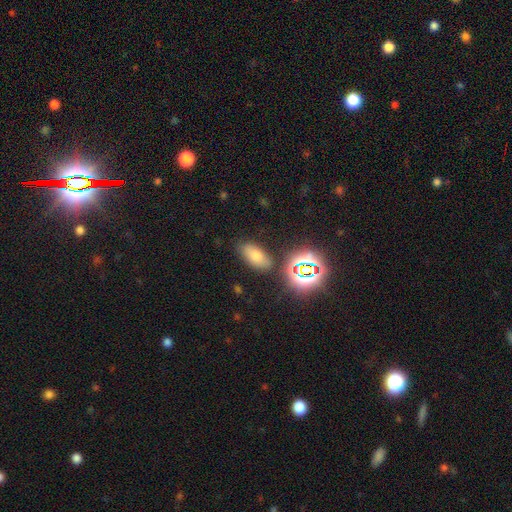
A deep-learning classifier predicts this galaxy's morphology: smooth-or-featured: smooth: 62% | star or artifact: 26% | featured or disk: 12%
  how-rounded: in between: 85% | round: 9% | cigar-shaped: 6%
  merging: none: 81% | minor disturbance: 11% | merger: 5% | major disturbance: 4%